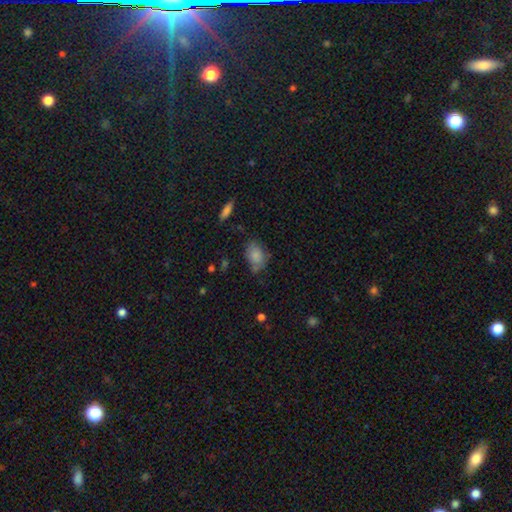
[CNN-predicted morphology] The model was most divided on "merging": none: 59%, minor disturbance: 27%, major disturbance: 7%, merger: 6%. More confident: smooth or featured — smooth (83%); how rounded — in between (80%).